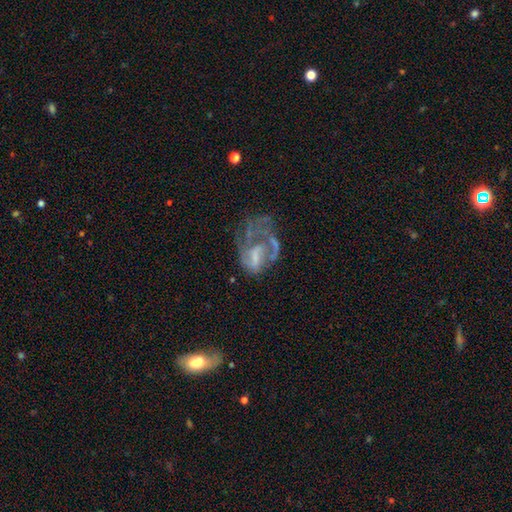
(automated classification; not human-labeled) Q: Smooth or featured?
A: featured or disk (66%); runner-up: smooth (23%)
Q: Edge-on disk?
A: no (97%); runner-up: yes (3%)
Q: Bar?
A: no (51%); runner-up: weak (35%)
Q: Spiral arms?
A: yes (50%); tied with: no (50%)
Q: Bulge size?
A: none (47%); runner-up: moderate (23%)
Q: Merging?
A: major disturbance (52%); runner-up: none (23%)